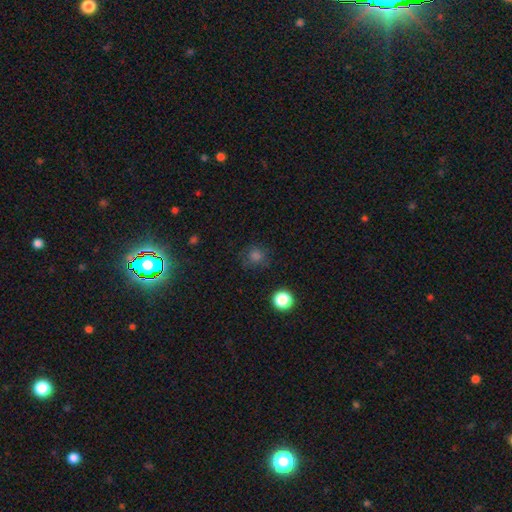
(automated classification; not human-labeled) Smooth or featured? Predicted: smooth (p=0.67). How rounded? Predicted: round (p=0.90). Merging? Predicted: none (p=0.81).